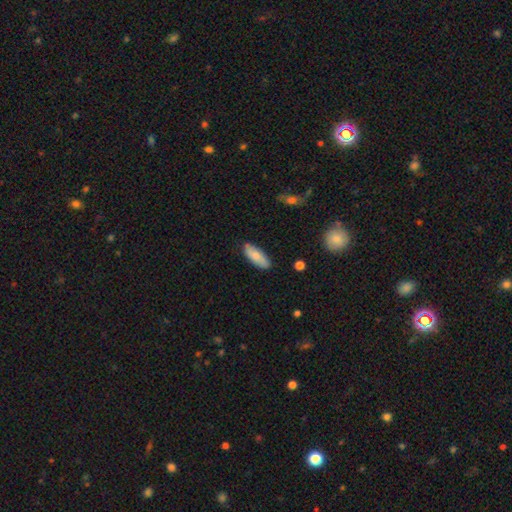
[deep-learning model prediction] This is likely a smooth galaxy (79%). How rounded: likely in between (73%). Merging: clearly none (83%).